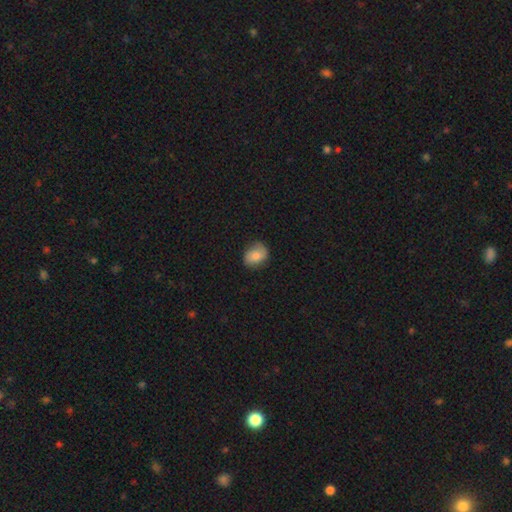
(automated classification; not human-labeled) This appears to be a smooth galaxy with no disk features (74%) that is in between round and cigar-shaped (51%). Merging: none (75%).